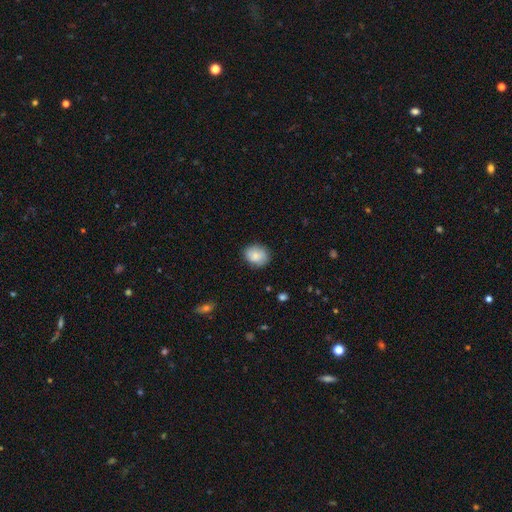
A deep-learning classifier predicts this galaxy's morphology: Q: Smooth or featured?
A: smooth (83%); runner-up: featured or disk (9%)
Q: How rounded?
A: round (51%); runner-up: in between (48%)
Q: Merging?
A: none (78%); runner-up: minor disturbance (17%)